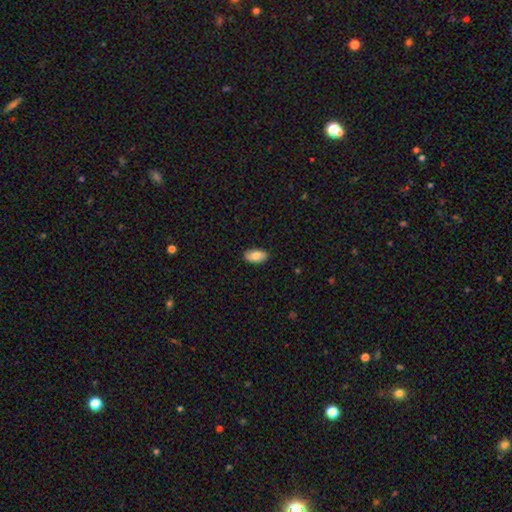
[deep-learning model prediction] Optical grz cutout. It shows a smooth galaxy with no disk features (81%) that is in between round and cigar-shaped (94%). Merging: none (87%).